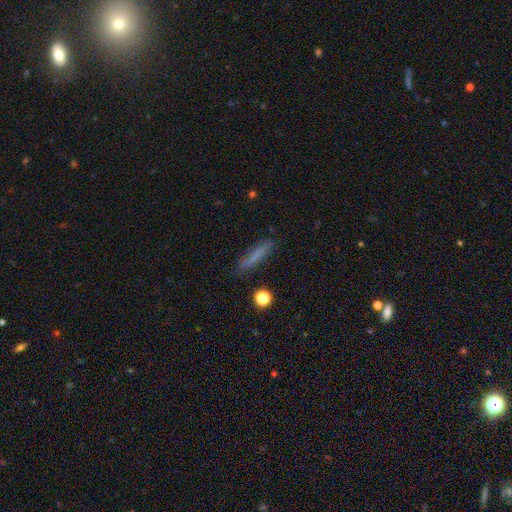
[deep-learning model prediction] Smooth or featured: smooth — 66% (featured or disk — 23%)
How rounded: cigar-shaped — 87% (in between — 10%)
Merging: none — 78% (minor disturbance — 15%)